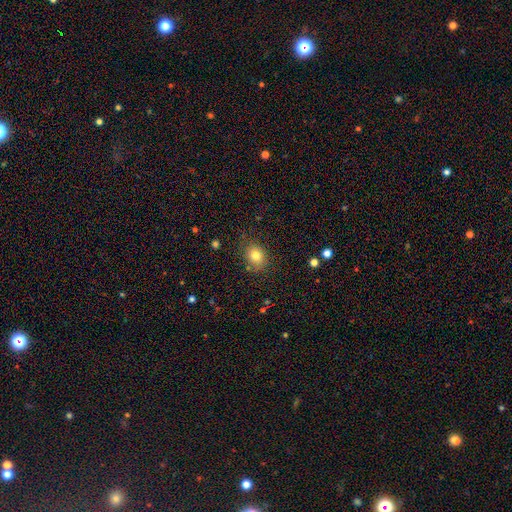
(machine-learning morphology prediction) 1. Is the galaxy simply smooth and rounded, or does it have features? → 79% smooth, 12% star or artifact, 9% featured or disk.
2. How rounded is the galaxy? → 58% round, 41% in between, 1% cigar-shaped.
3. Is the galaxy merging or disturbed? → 82% none, 12% minor disturbance, 4% major disturbance, 2% merger.